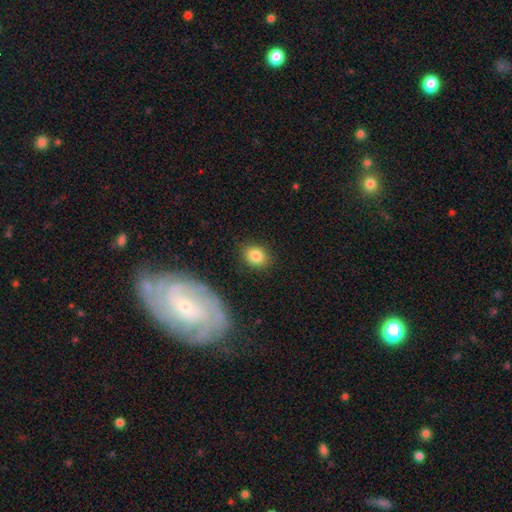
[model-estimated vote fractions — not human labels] Overall: smooth (83%). How rounded: round (51%; in between 48%). Merging: none (84%).